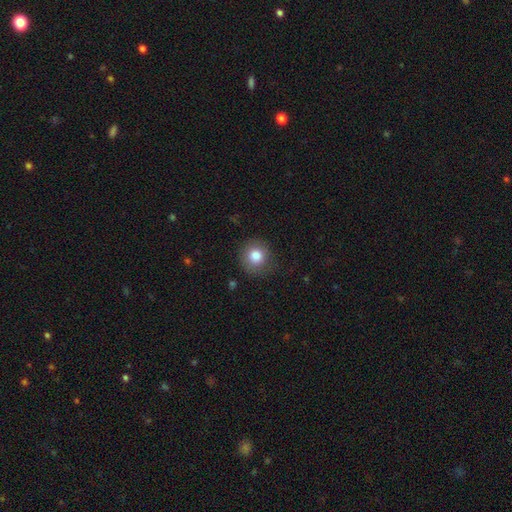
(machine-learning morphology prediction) type=smooth (82%); roundness=round (89%); merging=none (79%).